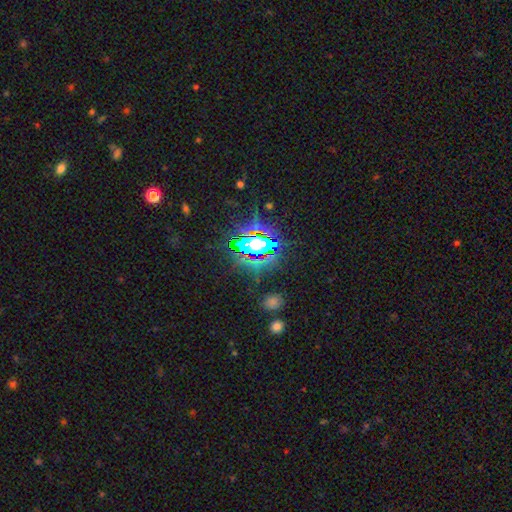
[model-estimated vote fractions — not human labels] Morphology: type=star or artifact (79%).